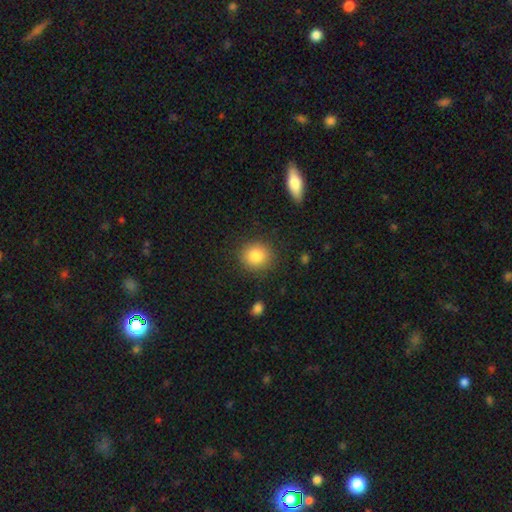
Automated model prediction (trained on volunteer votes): smooth_or_featured: smooth (p=0.85) [alt: star or artifact p=0.09]
how_rounded: round (p=0.84) [alt: in between p=0.15]
merging: none (p=0.87) [alt: minor disturbance p=0.09]